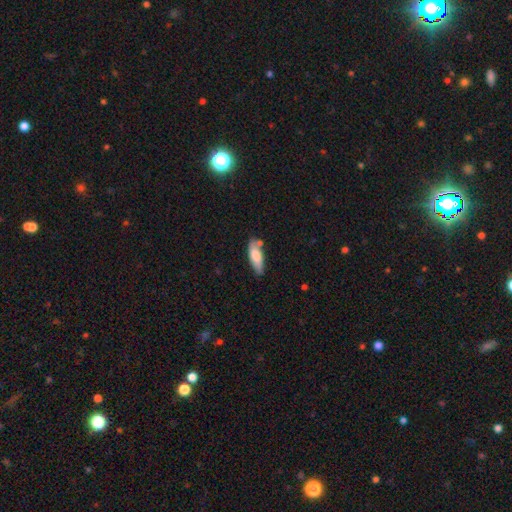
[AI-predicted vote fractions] Morphology: type=smooth (74%); roundness=in between (65%); merging=none (65%).